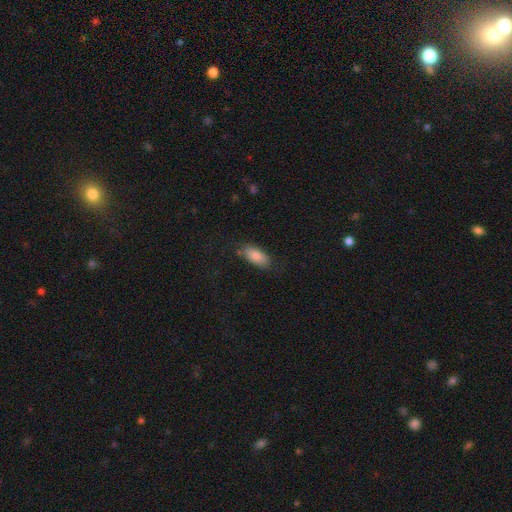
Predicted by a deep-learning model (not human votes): Smooth or featured? smooth (83%)
How rounded? in between (85%)
Merging? none (76%)